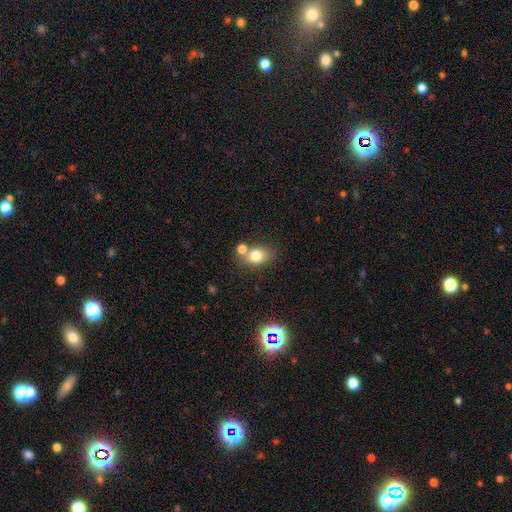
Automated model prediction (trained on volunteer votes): Smooth or featured?
  - smooth: 77% *
  - featured or disk: 12%
  - star or artifact: 12%
How rounded?
  - in between: 57% *
  - round: 42%
  - cigar-shaped: 1%
Merging?
  - none: 53% *
  - merger: 28%
  - minor disturbance: 14%
  - major disturbance: 5%